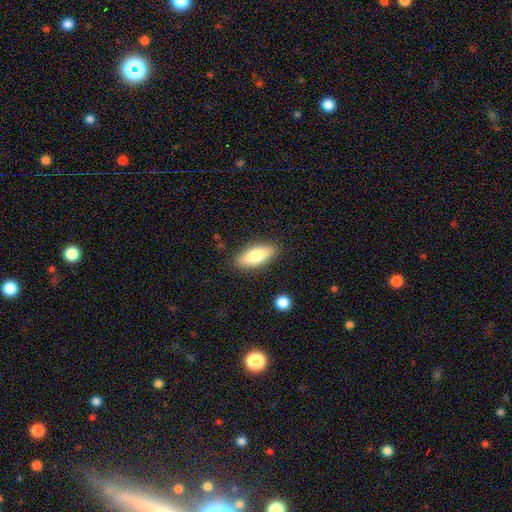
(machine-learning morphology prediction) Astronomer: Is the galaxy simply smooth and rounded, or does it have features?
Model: smooth — 76%.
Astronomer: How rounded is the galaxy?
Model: in between — 75%.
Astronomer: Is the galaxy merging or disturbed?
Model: none — 86%.